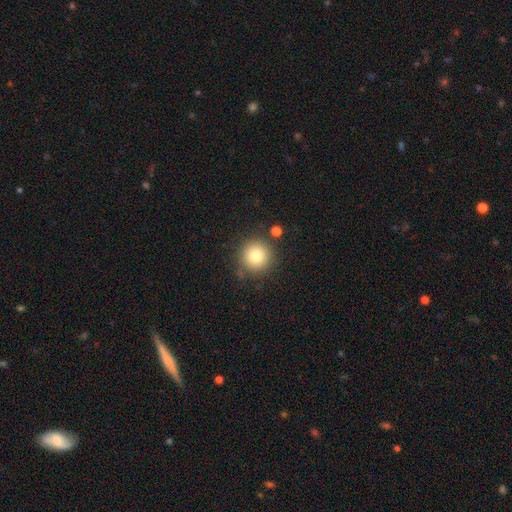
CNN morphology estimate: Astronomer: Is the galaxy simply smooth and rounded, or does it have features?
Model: smooth — 83%.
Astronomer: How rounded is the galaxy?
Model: round — 94%.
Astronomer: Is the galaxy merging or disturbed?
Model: none — 82%.